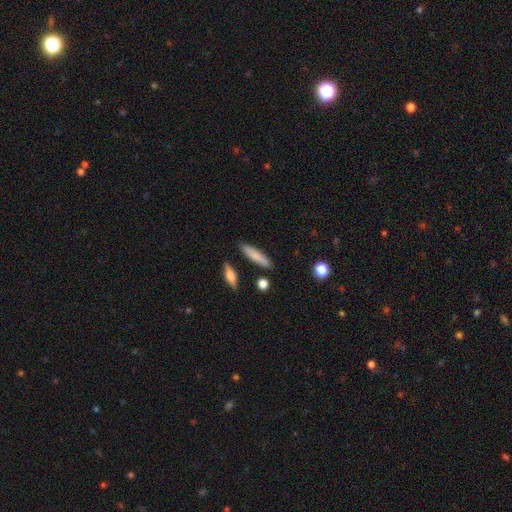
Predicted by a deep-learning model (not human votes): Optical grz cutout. It shows a smooth galaxy with no disk features (80%) that is cigar-shaped (75%). Merging: none (85%).